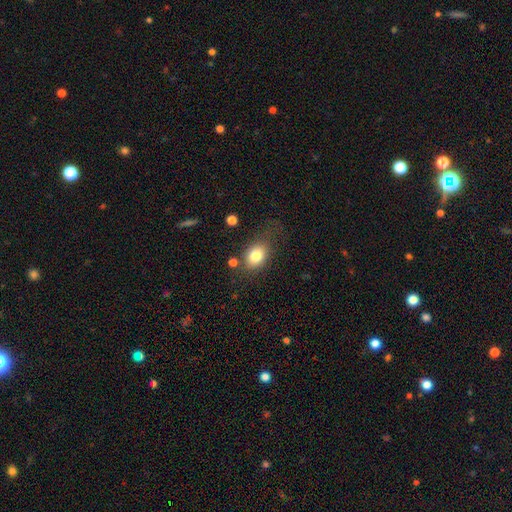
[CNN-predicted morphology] type=smooth (81%); roundness=in between (69%); merging=none (67%).